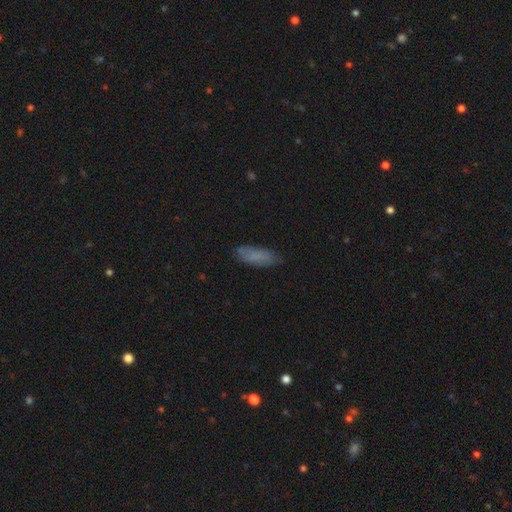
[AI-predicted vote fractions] smooth_or_featured: smooth (p=0.75) [alt: featured or disk p=0.16]
how_rounded: in between (p=0.62) [alt: cigar-shaped p=0.36]
merging: none (p=0.76) [alt: minor disturbance p=0.18]